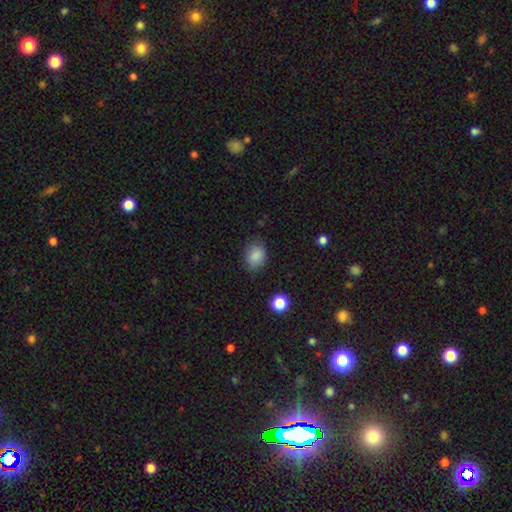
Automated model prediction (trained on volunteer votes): Q: Smooth or featured?
A: smooth (86%); runner-up: star or artifact (10%)
Q: How rounded?
A: in between (59%); runner-up: round (40%)
Q: Merging?
A: none (79%); runner-up: minor disturbance (16%)